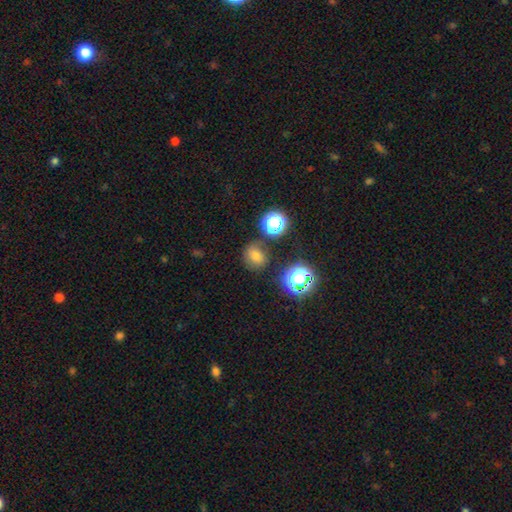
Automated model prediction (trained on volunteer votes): smooth-or-featured: smooth: 69% | star or artifact: 23% | featured or disk: 8%
  how-rounded: round: 74% | in between: 25% | cigar-shaped: 1%
  merging: none: 78% | minor disturbance: 12% | merger: 6% | major disturbance: 4%